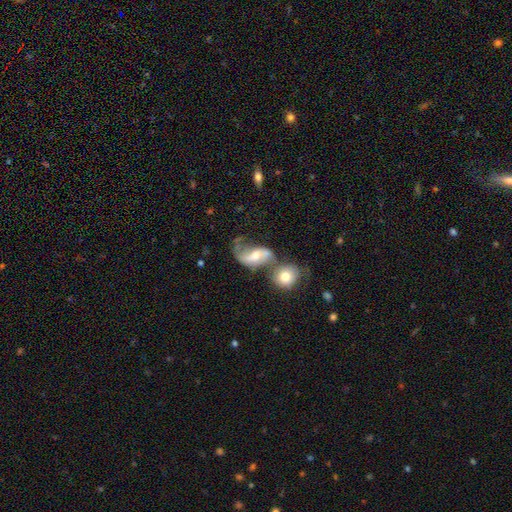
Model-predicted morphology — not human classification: A featured or disk galaxy (69%) with a weak bar (44%), 2 (75%) loose (73%) spiral arms (86%) and a moderate central bulge (58%). Merging: merger (41%).